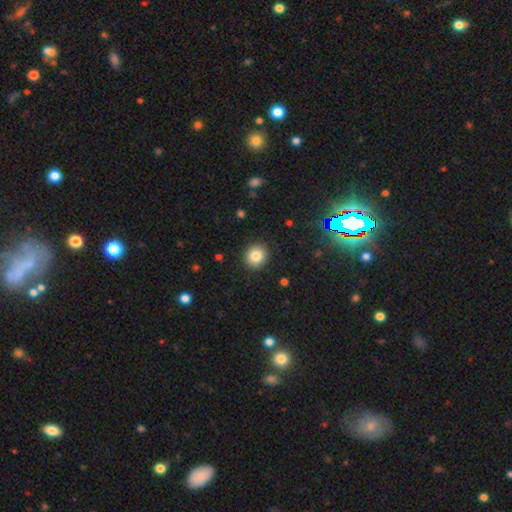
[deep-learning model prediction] A smooth galaxy with no disk features (83%) that is round (85%). Merging: none (90%).